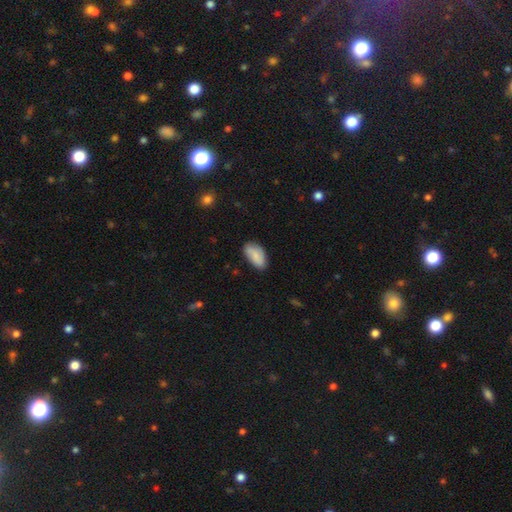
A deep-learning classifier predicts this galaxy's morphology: A smooth galaxy with no disk features (78%) that is in between round and cigar-shaped (94%).

Vote fractions:
- Smooth or featured? smooth: 78% / featured or disk: 16% / star or artifact: 6%
- How rounded? in between: 94% / round: 3% / cigar-shaped: 3%
- Merging? none: 74% / minor disturbance: 21% / major disturbance: 4% / merger: 2%